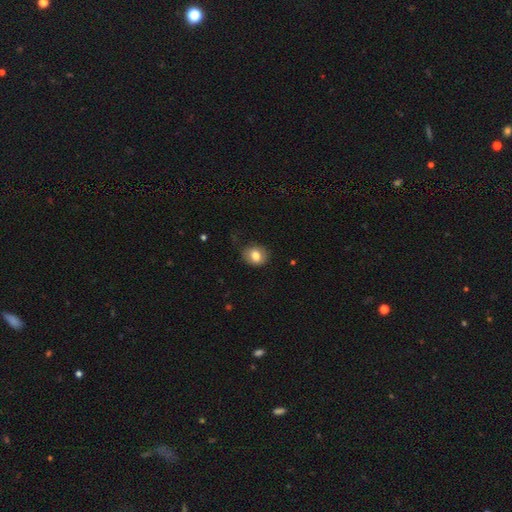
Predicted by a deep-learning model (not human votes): Smooth or featured? smooth (80%)
How rounded? round (66%)
Merging? none (77%)